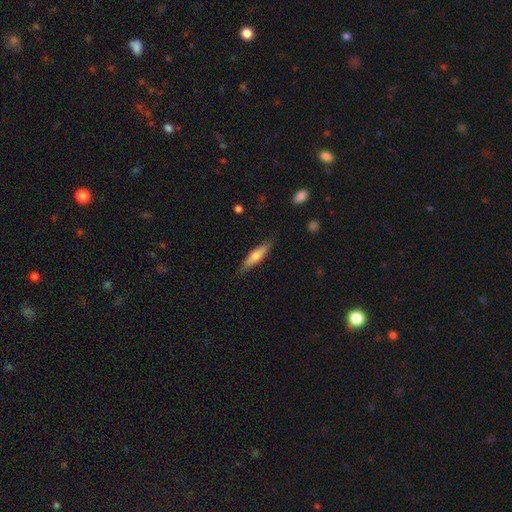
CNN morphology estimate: Smooth or featured? Predicted: smooth (p=0.61). How rounded? Predicted: cigar-shaped (p=0.73). Merging? Predicted: none (p=0.84).